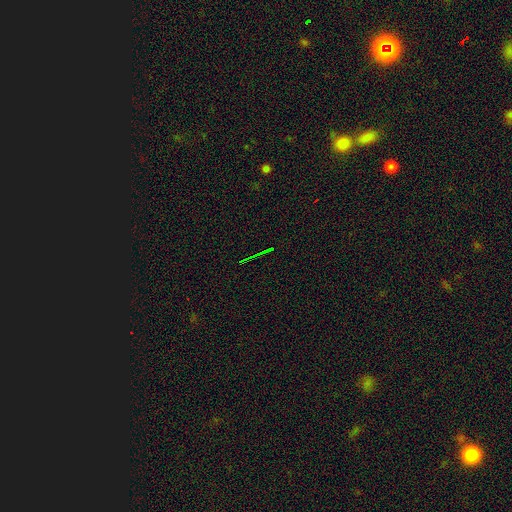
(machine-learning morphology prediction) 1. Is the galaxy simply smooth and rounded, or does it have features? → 75% star or artifact, 14% featured or disk, 11% smooth.